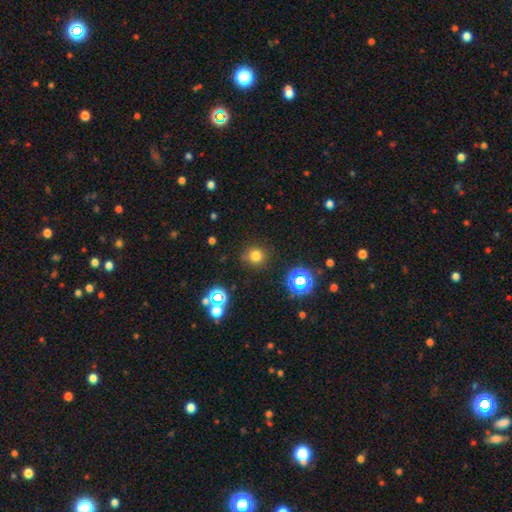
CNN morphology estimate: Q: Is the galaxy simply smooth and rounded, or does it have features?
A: smooth — 73%.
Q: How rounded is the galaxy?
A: round — 93%.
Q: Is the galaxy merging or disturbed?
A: none — 85%.